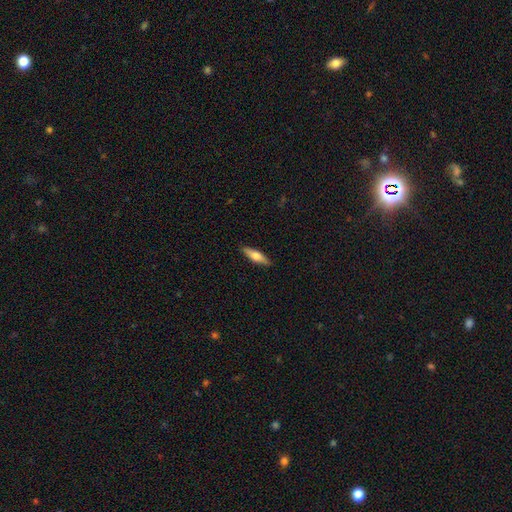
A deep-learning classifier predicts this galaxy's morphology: smooth 55%, featured or disk 39%, star or artifact 6%. Down the decision tree: how rounded — cigar-shaped (60%); merging — none (89%).